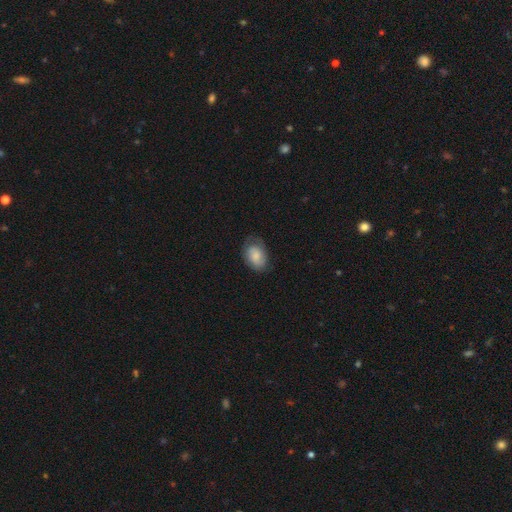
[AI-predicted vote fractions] Smooth or featured? Predicted: smooth (p=0.73). How rounded? Predicted: in between (p=0.84). Merging? Predicted: none (p=0.62).